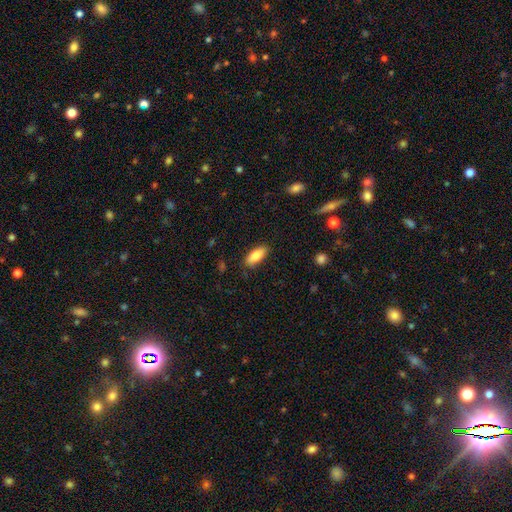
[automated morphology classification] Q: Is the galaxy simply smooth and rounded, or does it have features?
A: smooth — 84%.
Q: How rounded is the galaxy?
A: in between — 79%.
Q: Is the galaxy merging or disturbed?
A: none — 86%.